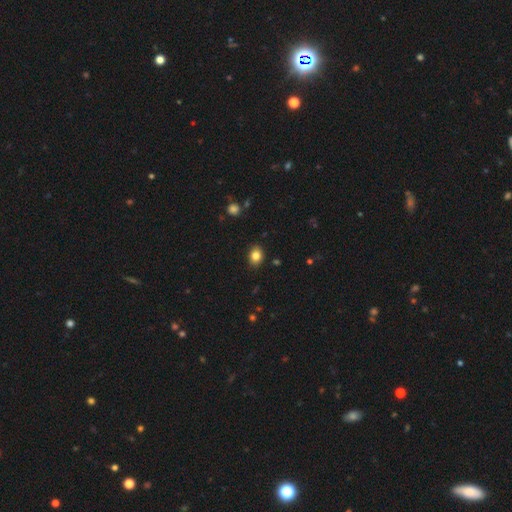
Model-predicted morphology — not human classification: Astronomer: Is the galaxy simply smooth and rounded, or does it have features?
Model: smooth — 84%.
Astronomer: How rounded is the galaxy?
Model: in between — 60% (runner-up: round, 39%).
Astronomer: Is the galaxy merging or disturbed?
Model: none — 88%.